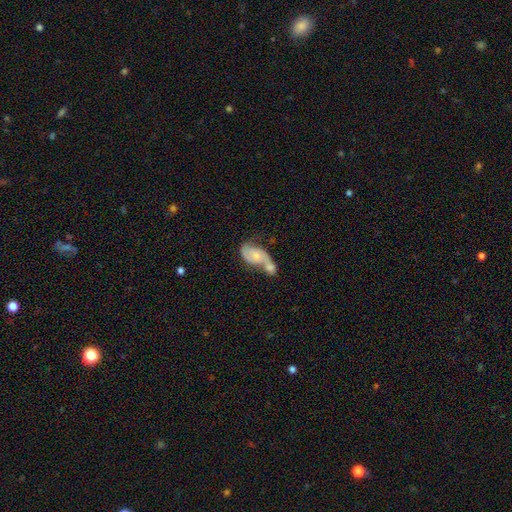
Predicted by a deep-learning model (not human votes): Q: Smooth or featured?
A: featured or disk (61%); runner-up: smooth (32%)
Q: Edge-on disk?
A: no (96%); runner-up: yes (4%)
Q: Bar?
A: no (73%); runner-up: weak (22%)
Q: Spiral arms?
A: yes (79%); runner-up: no (21%)
Q: Bulge size?
A: small (54%); runner-up: moderate (36%)
Q: Merging?
A: merger (67%); runner-up: none (14%)